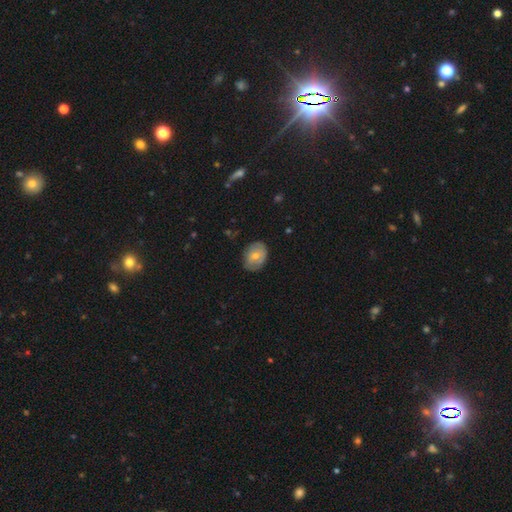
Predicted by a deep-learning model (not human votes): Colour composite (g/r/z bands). It shows a smooth galaxy with no disk features (59%) that is in between round and cigar-shaped (68%). Merging: none (77%).